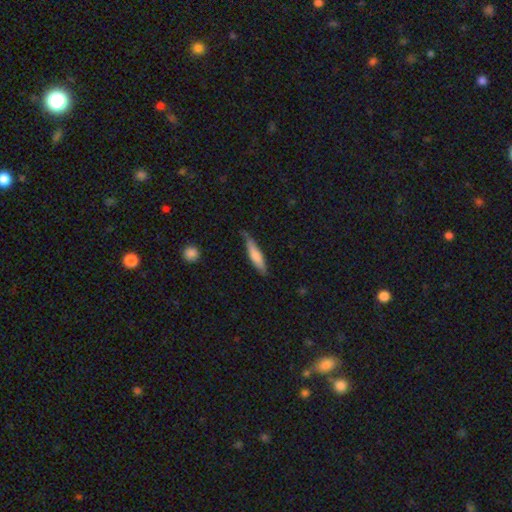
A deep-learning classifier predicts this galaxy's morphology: The model was most divided on "merging": none: 67%, minor disturbance: 25%, major disturbance: 4%, merger: 3%. More confident: how rounded — cigar-shaped (80%); smooth or featured — smooth (72%).